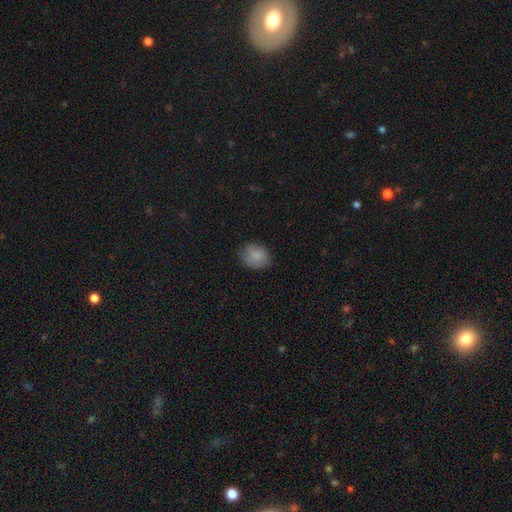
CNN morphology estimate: This is clearly a smooth galaxy (83%). How rounded: possibly round (57%). Merging: likely none (75%).